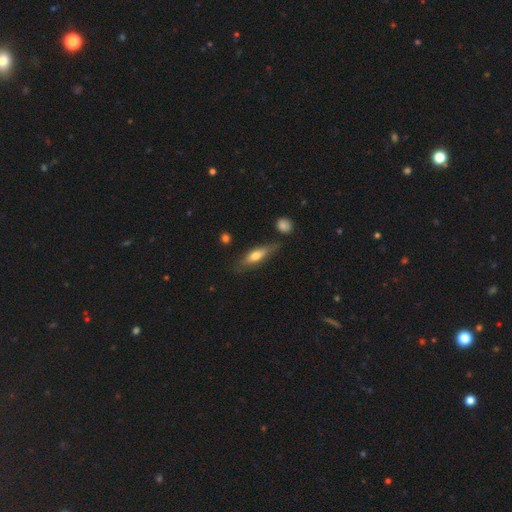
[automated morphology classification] The model was most divided on "how rounded": cigar-shaped: 57%, in between: 40%, round: 3%. More confident: merging — none (71%); smooth or featured — smooth (57%).